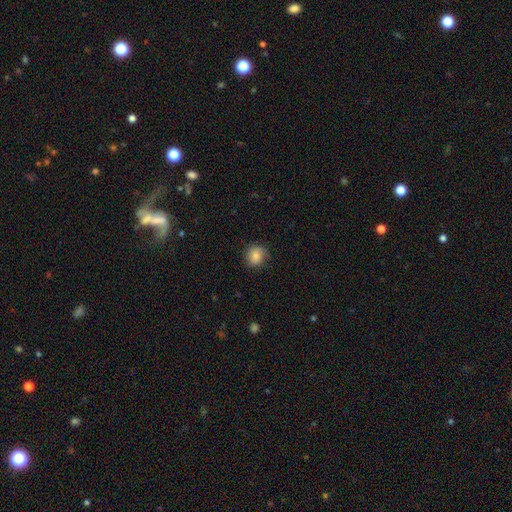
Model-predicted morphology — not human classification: A smooth galaxy with no disk features (78%) that is round (83%). Merging: none (80%).